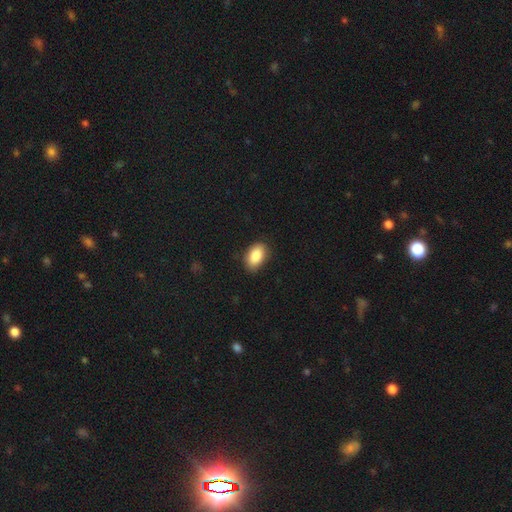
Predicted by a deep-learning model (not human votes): This is clearly a smooth galaxy (88%). How rounded: clearly in between (93%). Merging: clearly none (85%).